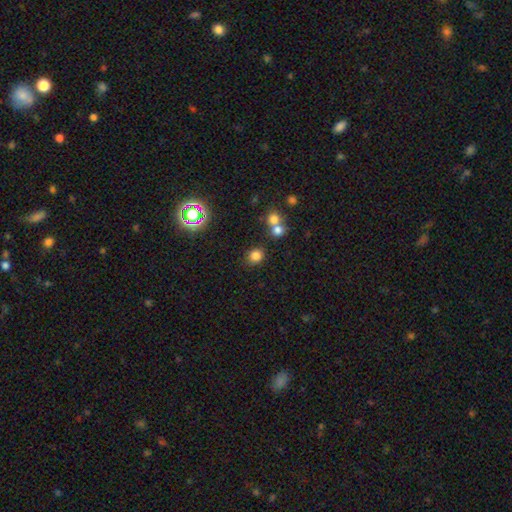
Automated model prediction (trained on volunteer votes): Q: Smooth or featured?
A: smooth (79%); runner-up: star or artifact (16%)
Q: How rounded?
A: round (74%); runner-up: in between (25%)
Q: Merging?
A: none (77%); runner-up: merger (10%)